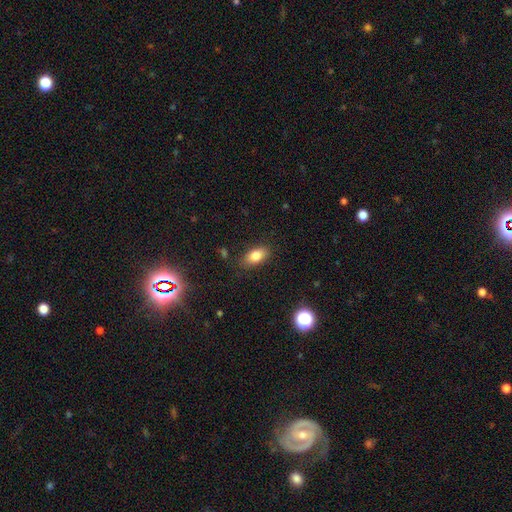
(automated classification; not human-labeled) smooth_or_featured: smooth (p=0.81) [alt: featured or disk p=0.10]
how_rounded: in between (p=0.88) [alt: round p=0.06]
merging: none (p=0.84) [alt: minor disturbance p=0.12]